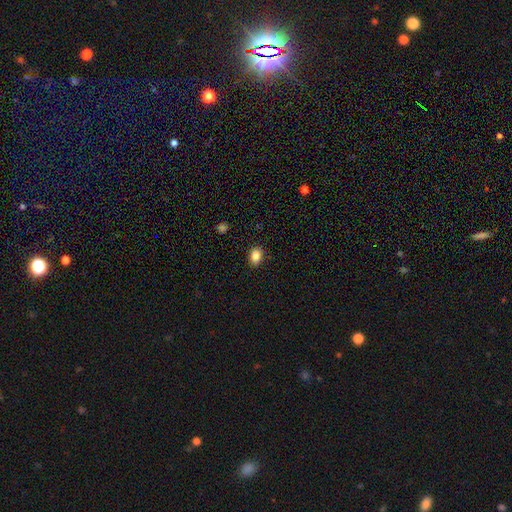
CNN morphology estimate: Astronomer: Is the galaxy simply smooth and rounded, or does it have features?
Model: smooth — 85%.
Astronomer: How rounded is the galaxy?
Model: in between — 67%.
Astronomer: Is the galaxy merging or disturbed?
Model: none — 89%.